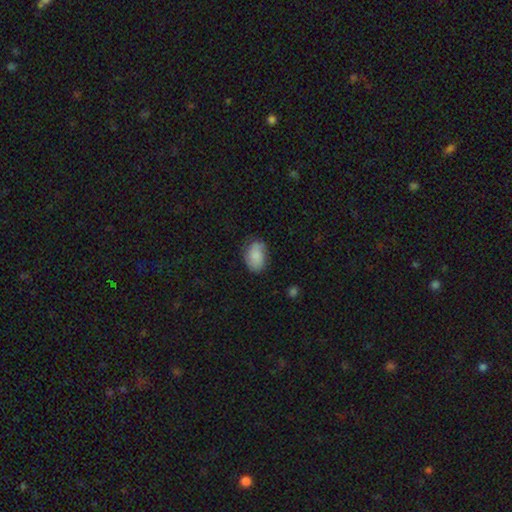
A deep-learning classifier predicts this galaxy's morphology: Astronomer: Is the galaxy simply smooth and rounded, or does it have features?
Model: smooth — 78%.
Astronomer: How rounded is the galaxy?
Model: in between — 84%.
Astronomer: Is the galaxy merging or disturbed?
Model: none — 65%.